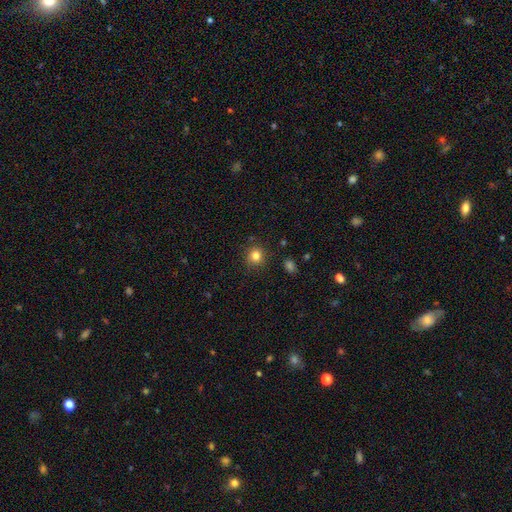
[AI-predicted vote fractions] Morphology: type=smooth (82%); roundness=round (87%); merging=none (87%).